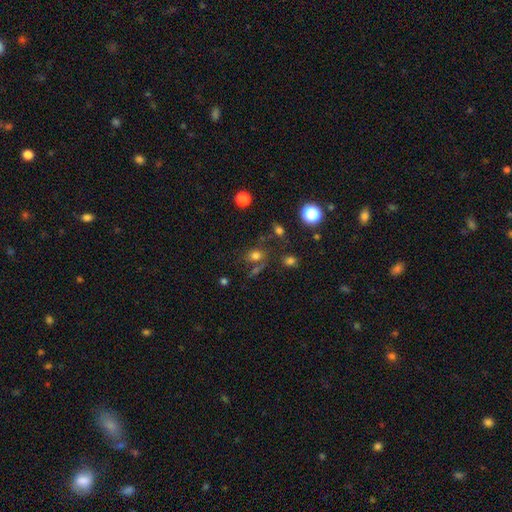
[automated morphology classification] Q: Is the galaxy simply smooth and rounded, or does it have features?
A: smooth — 72%.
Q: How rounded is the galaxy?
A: in between — 55%.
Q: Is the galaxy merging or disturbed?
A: none — 62%.